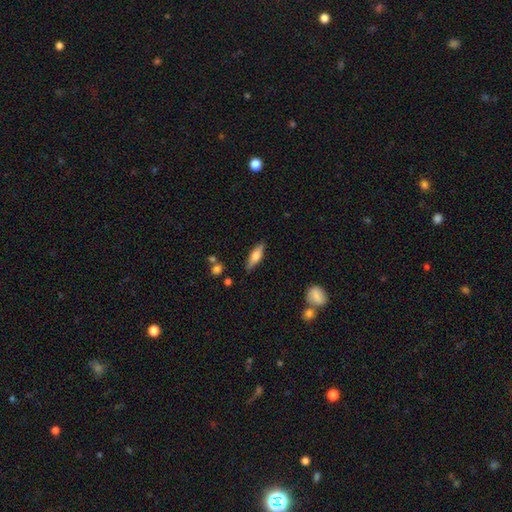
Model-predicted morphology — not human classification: This is possibly a smooth galaxy (59%). How rounded: possibly cigar-shaped (51%). Merging: clearly none (84%).